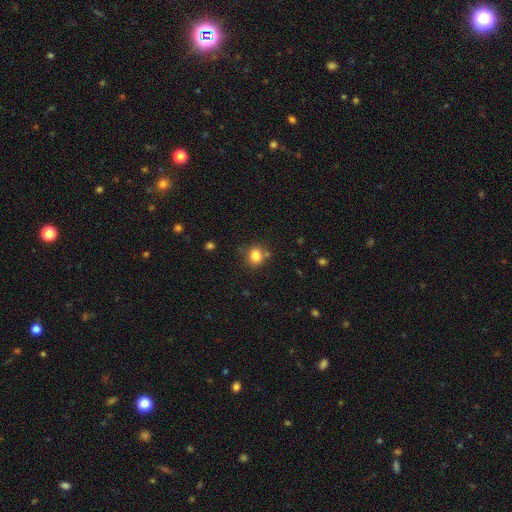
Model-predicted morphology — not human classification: Smooth or featured? smooth (82%)
How rounded? round (77%)
Merging? none (75%)